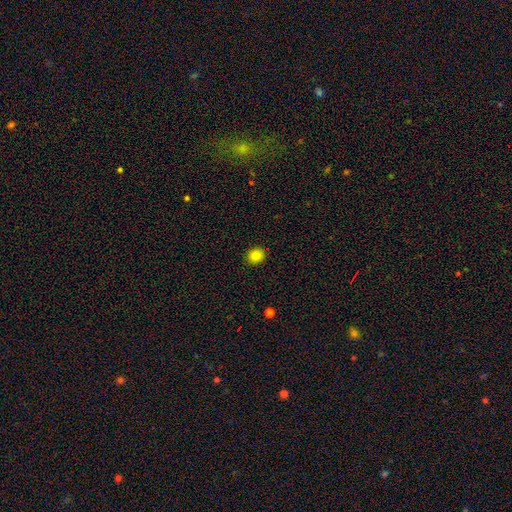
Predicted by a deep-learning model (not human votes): Smooth or featured?
  - smooth: 85% *
  - star or artifact: 12%
  - featured or disk: 3%
How rounded?
  - round: 78% *
  - in between: 21%
  - cigar-shaped: 1%
Merging?
  - none: 90% *
  - minor disturbance: 7%
  - major disturbance: 2%
  - merger: 1%